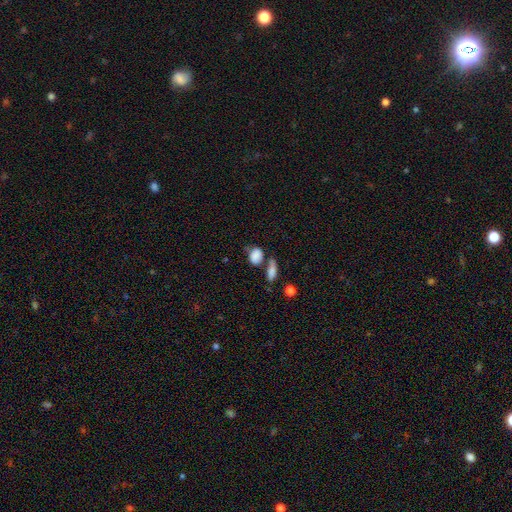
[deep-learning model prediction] Q: Smooth or featured?
A: smooth (82%); runner-up: star or artifact (9%)
Q: How rounded?
A: in between (64%); runner-up: round (33%)
Q: Merging?
A: none (42%); runner-up: merger (32%)